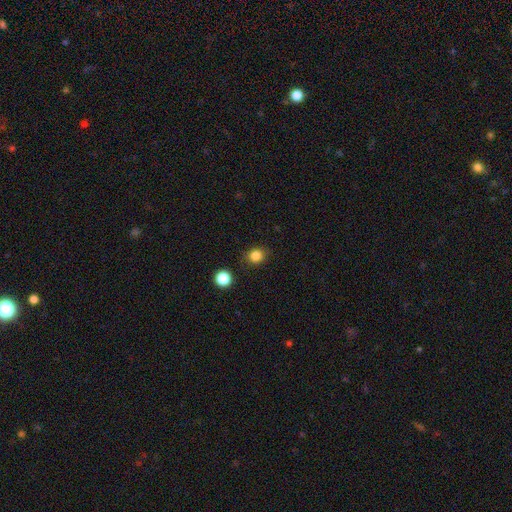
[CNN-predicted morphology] type=smooth (83%); roundness=round (75%); merging=none (85%).